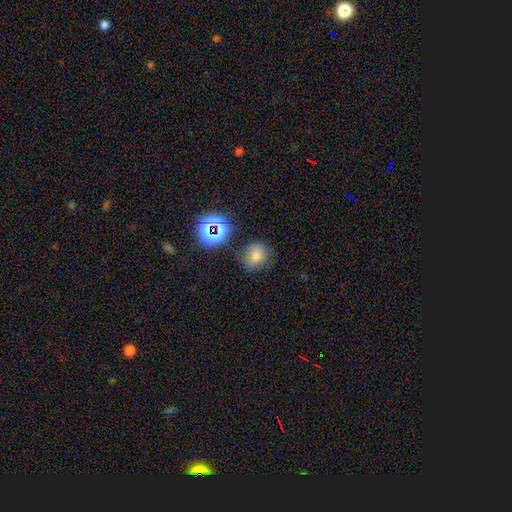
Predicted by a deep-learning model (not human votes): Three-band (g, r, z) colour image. It shows a smooth galaxy with no disk features (63%) that is round (78%). Merging: none (74%).